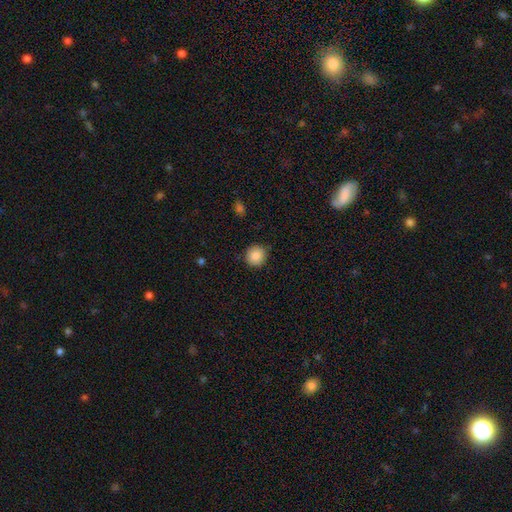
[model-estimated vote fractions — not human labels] This appears to be a smooth galaxy with no disk features (87%) that is round (92%). Merging: none (88%).